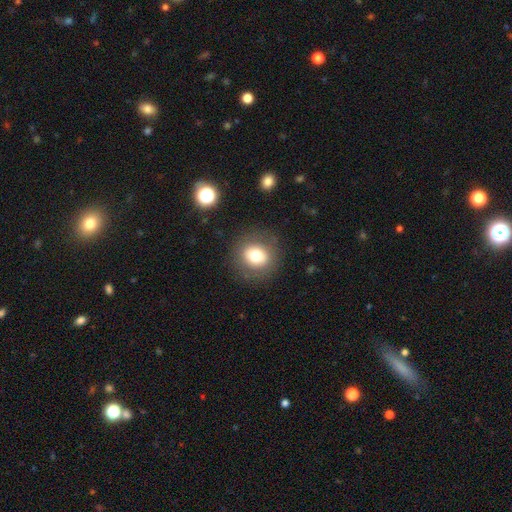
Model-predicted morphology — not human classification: A smooth galaxy with no disk features (73%) that is round (84%).

Vote fractions:
- Smooth or featured? smooth: 73% / featured or disk: 16% / star or artifact: 11%
- How rounded? round: 84% / in between: 15% / cigar-shaped: 1%
- Merging? none: 86% / minor disturbance: 9% / major disturbance: 4% / merger: 1%